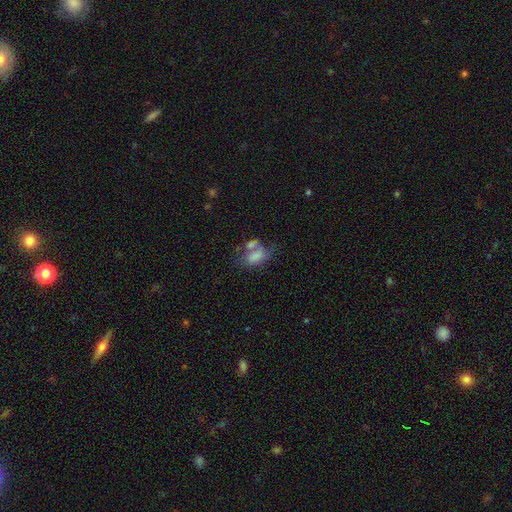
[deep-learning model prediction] Smooth or featured? Predicted: smooth (p=0.70). How rounded? Predicted: in between (p=0.87). Merging? Predicted: merger (p=0.35).